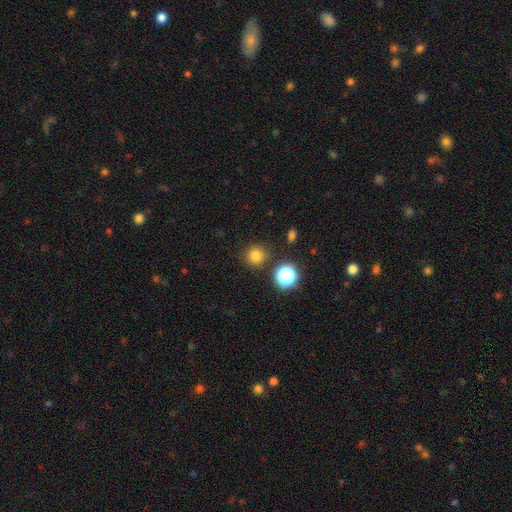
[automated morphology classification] A smooth galaxy with no disk features (78%) that is round (93%). Merging: none (86%).